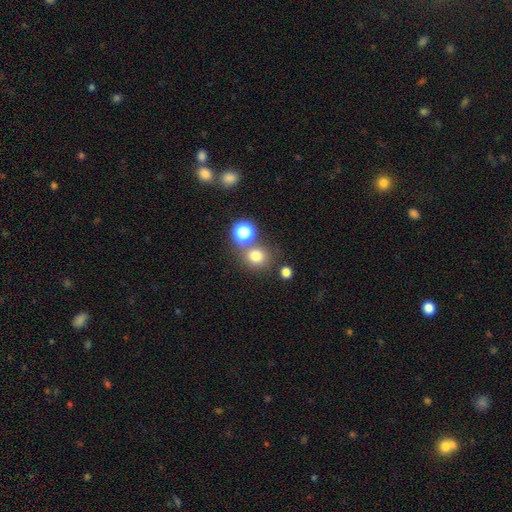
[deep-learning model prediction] smooth 75%, star or artifact 18%, featured or disk 8%. Down the decision tree: how rounded — round (82%); merging — none (69%).